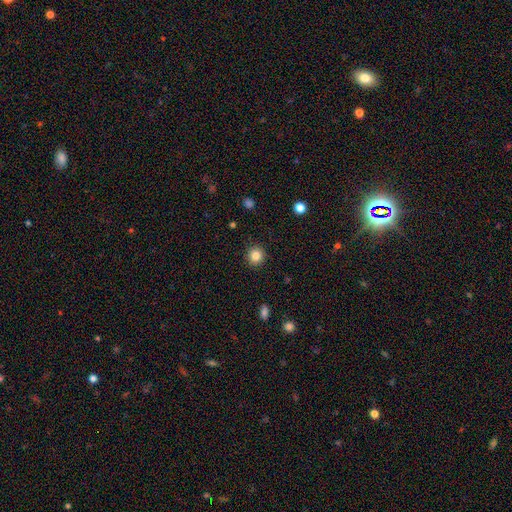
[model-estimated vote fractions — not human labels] Smooth or featured?
  - smooth: 84% *
  - star or artifact: 11%
  - featured or disk: 5%
How rounded?
  - round: 92% *
  - in between: 8%
  - cigar-shaped: 1%
Merging?
  - none: 91% *
  - minor disturbance: 6%
  - major disturbance: 2%
  - merger: 1%